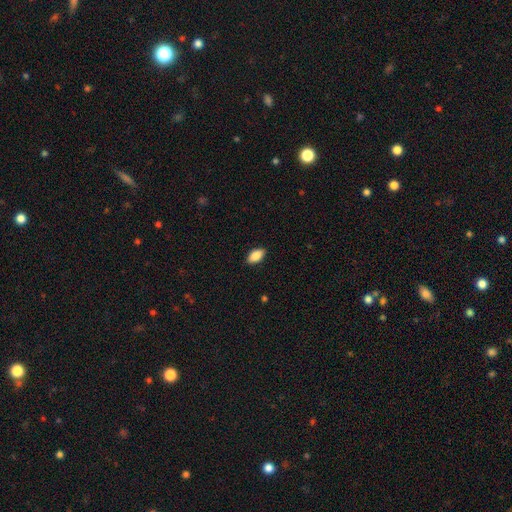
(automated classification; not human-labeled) A smooth galaxy with no disk features (85%) that is in between round and cigar-shaped (91%). Merging: none (88%).